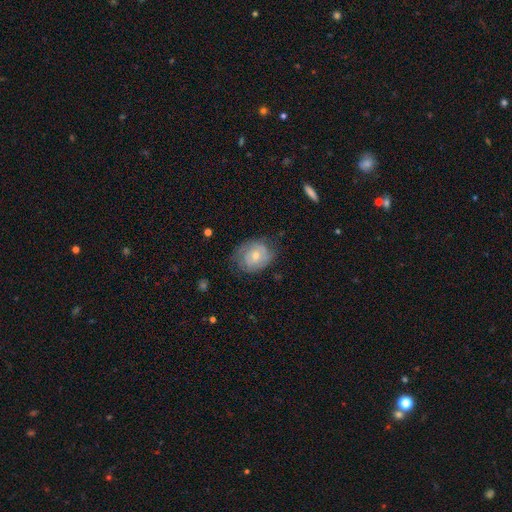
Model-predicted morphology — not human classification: featured or disk 59%, smooth 35%, star or artifact 7%. Down the decision tree: edge-on disk — no (96%); bar — no (66%); spiral arms — yes (76%); bulge size — moderate (50%); merging — none (60%).